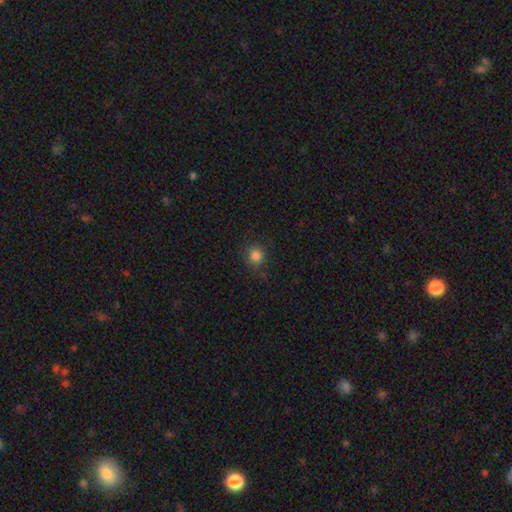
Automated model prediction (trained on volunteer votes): This appears to be a smooth galaxy with no disk features (83%) that is round (87%). Merging: none (83%).